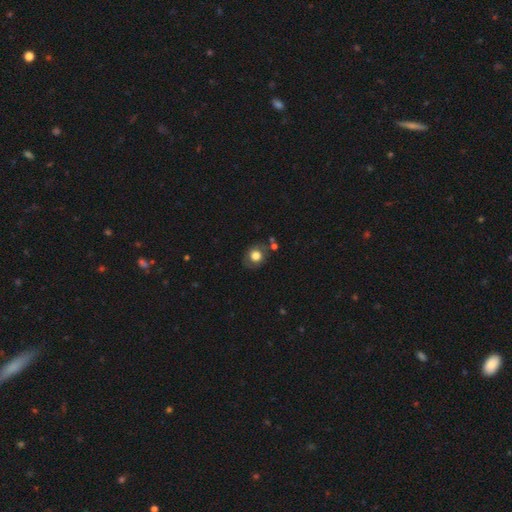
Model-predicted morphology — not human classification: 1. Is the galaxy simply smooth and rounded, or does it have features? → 73% smooth, 17% featured or disk, 10% star or artifact.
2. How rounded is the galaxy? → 72% round, 27% in between, 1% cigar-shaped.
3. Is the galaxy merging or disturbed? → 73% none, 16% minor disturbance, 6% merger, 5% major disturbance.